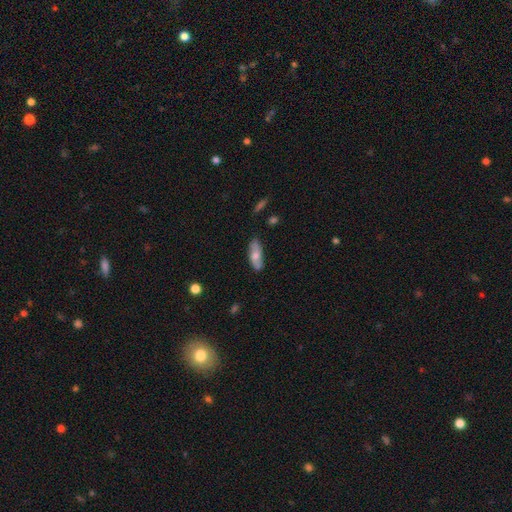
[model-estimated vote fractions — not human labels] Overall: smooth (57%; featured or disk 37%). How rounded: in between (66%; cigar-shaped 31%). Merging: none (79%).